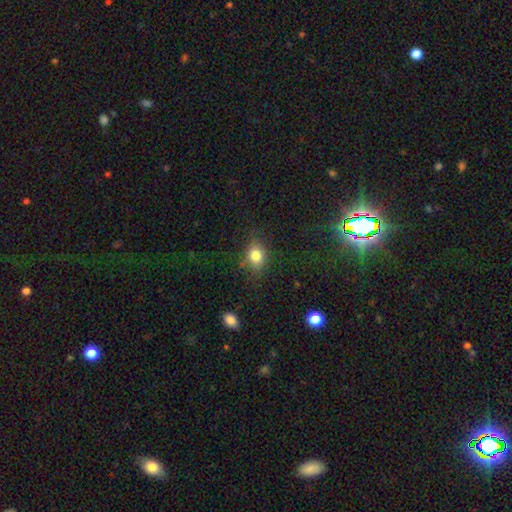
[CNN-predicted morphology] This is clearly a smooth galaxy (81%). How rounded: possibly in between (57%). Merging: likely none (78%).